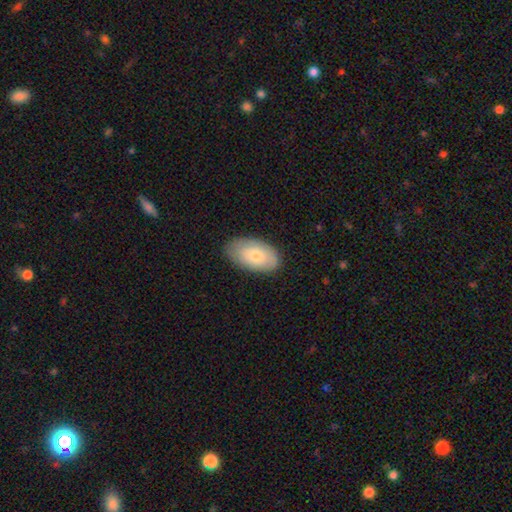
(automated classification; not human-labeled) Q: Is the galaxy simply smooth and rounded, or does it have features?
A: smooth — 73%.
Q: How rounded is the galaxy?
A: in between — 95%.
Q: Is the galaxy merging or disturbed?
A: none — 81%.